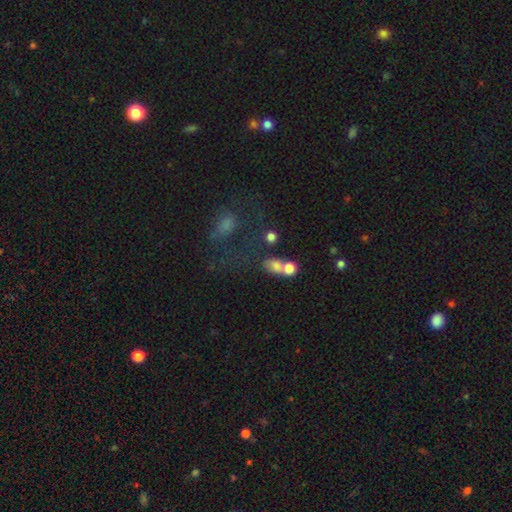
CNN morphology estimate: smooth_or_featured: star or artifact (p=0.39) [alt: smooth p=0.37]